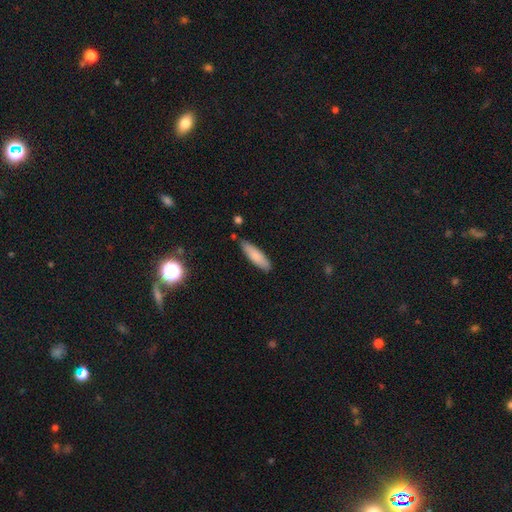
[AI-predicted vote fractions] Morphology: type=smooth (83%); roundness=cigar-shaped (63%); merging=none (78%).